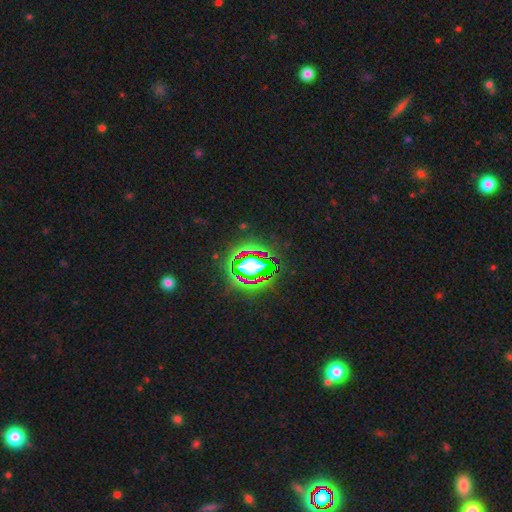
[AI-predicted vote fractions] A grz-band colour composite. It shows a star or artifact, not a galaxy (81%).